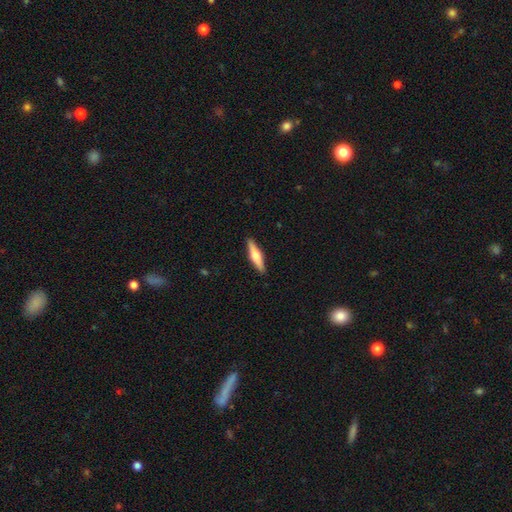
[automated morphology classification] Smooth or featured? Predicted: featured or disk (p=0.50). Merging? Predicted: none (p=0.91).